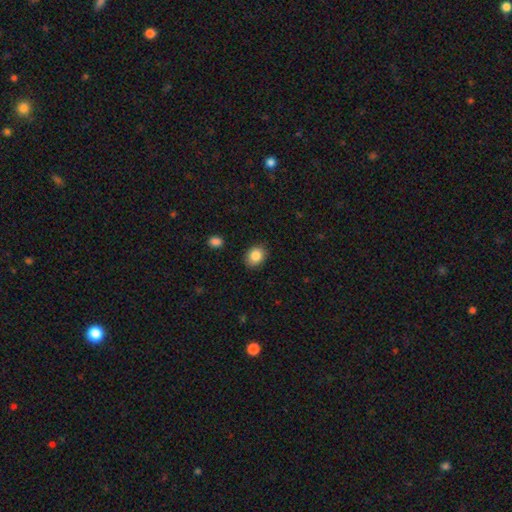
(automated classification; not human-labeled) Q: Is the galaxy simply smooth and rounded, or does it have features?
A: smooth — 86%.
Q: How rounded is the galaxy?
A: in between — 51%.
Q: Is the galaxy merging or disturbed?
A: none — 87%.